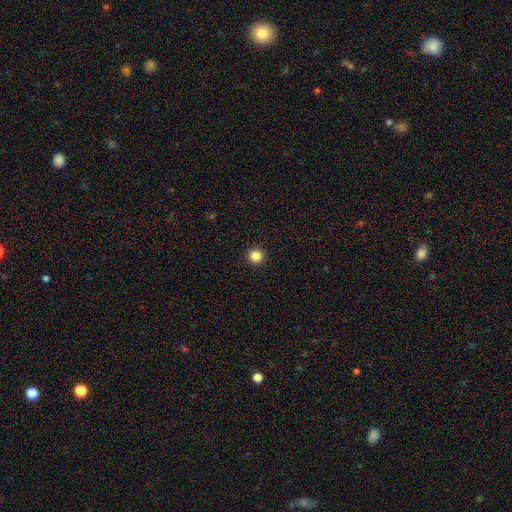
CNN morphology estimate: Overall: smooth (85%). How rounded: round (96%). Merging: none (94%).